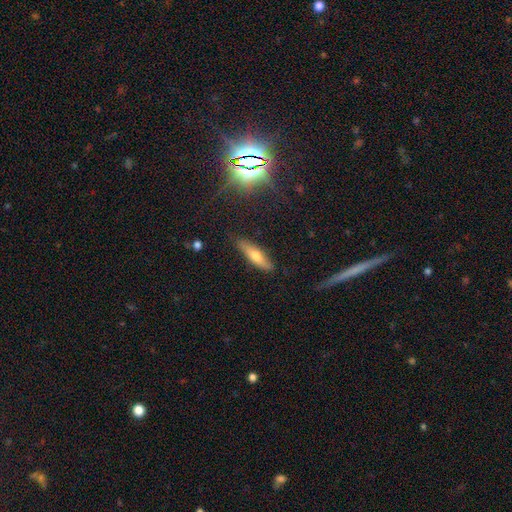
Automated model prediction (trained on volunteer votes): The model was most divided on "smooth or featured": smooth: 55%, featured or disk: 35%, star or artifact: 10%. More confident: merging — none (84%); how rounded — cigar-shaped (69%).